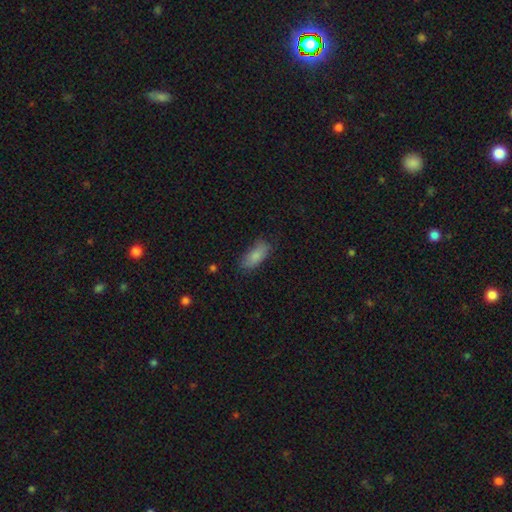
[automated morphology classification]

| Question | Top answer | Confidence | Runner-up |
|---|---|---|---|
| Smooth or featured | smooth | 84% | featured or disk (9%) |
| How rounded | in between | 83% | cigar-shaped (15%) |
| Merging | none | 75% | minor disturbance (19%) |